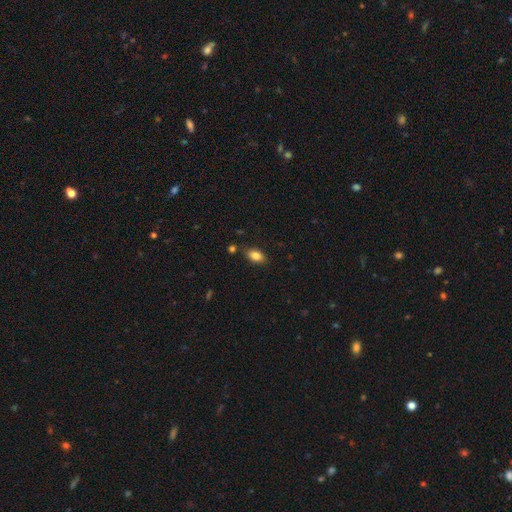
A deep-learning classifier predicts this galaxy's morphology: type=smooth (83%); roundness=in between (88%); merging=none (81%).